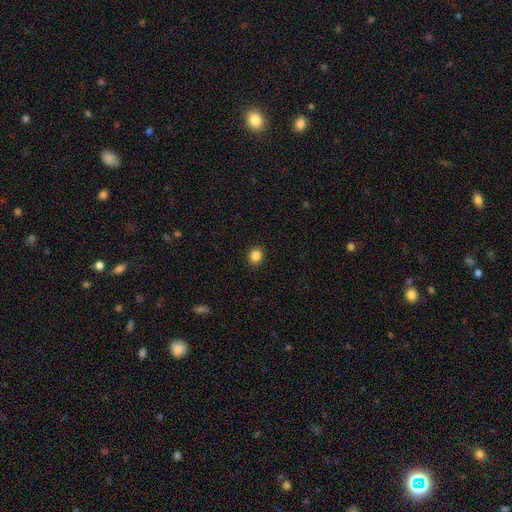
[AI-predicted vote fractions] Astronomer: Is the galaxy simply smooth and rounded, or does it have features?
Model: smooth — 85%.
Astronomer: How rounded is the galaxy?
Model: round — 81%.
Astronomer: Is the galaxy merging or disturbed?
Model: none — 92%.